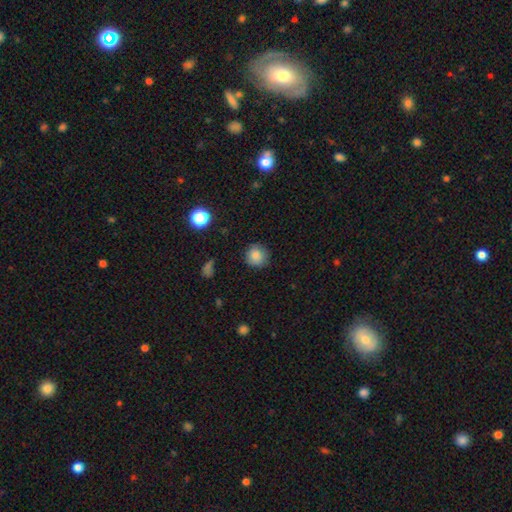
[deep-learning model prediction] Smooth or featured?
  - smooth: 85% *
  - star or artifact: 10%
  - featured or disk: 6%
How rounded?
  - round: 92% *
  - in between: 7%
  - cigar-shaped: 1%
Merging?
  - none: 84% *
  - minor disturbance: 12%
  - major disturbance: 3%
  - merger: 1%